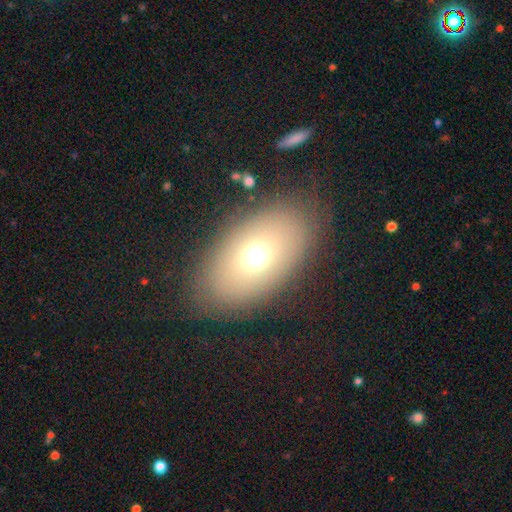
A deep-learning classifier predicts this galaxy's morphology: This is likely a smooth galaxy (65%). How rounded: clearly in between (84%). Merging: clearly none (82%).